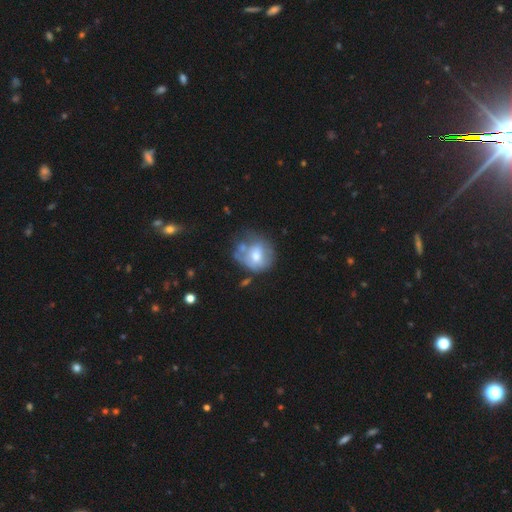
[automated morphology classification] Smooth or featured: smooth — 54% (featured or disk — 38%)
How rounded: round — 70% (in between — 29%)
Merging: none — 38% (minor disturbance — 27%)